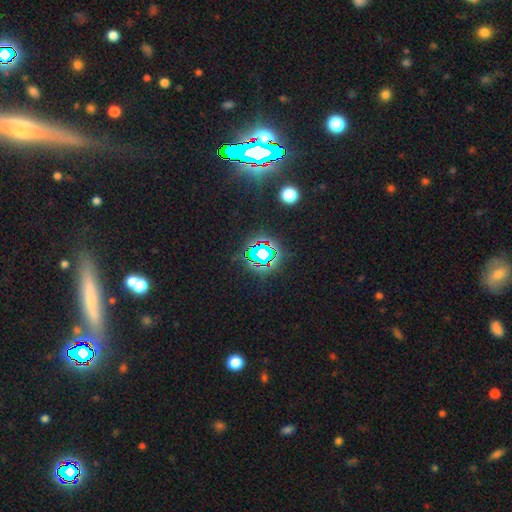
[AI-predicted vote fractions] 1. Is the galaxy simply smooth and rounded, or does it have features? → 77% star or artifact, 13% smooth, 10% featured or disk.